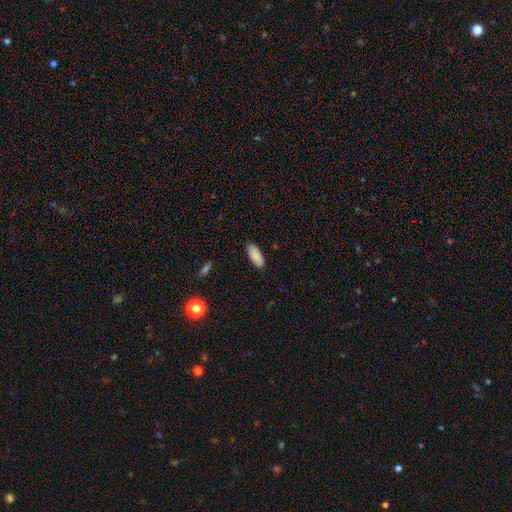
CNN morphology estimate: Smooth or featured? Predicted: smooth (p=0.89). How rounded? Predicted: in between (p=0.76). Merging? Predicted: none (p=0.88).